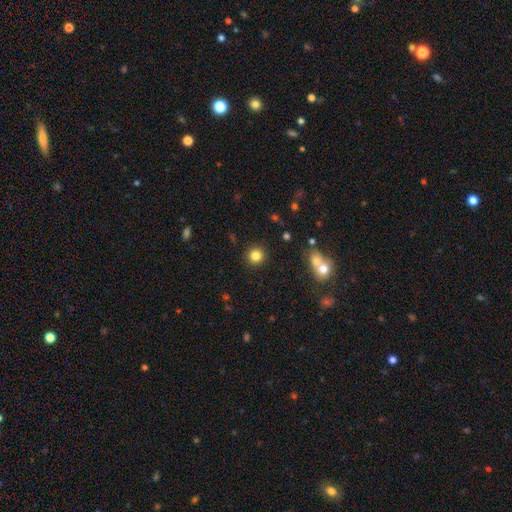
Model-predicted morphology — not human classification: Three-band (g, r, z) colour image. It shows a smooth galaxy with no disk features (82%) that is round (93%). Merging: none (91%).